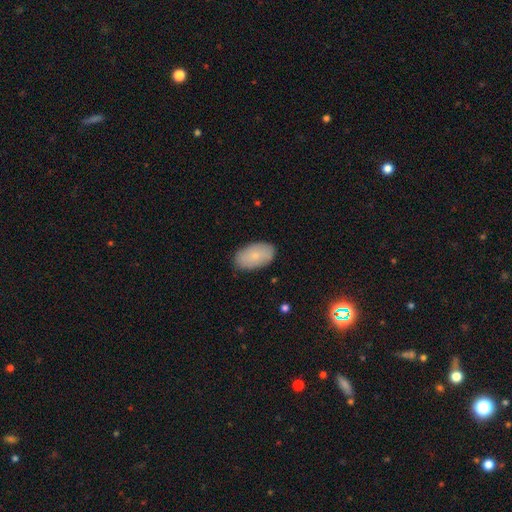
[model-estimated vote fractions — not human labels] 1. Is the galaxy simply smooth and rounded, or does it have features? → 78% smooth, 15% featured or disk, 7% star or artifact.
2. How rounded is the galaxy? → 94% in between, 5% round, 1% cigar-shaped.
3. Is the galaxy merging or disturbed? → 84% none, 12% minor disturbance, 3% major disturbance, 1% merger.